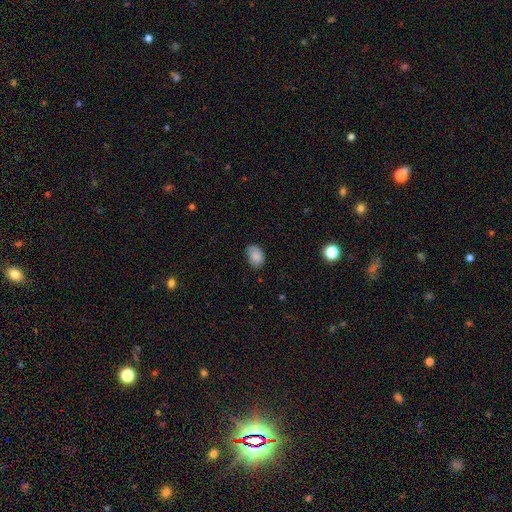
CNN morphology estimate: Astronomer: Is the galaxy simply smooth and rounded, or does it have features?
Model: smooth — 85%.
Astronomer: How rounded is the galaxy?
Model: in between — 82%.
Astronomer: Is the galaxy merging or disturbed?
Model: none — 70%.